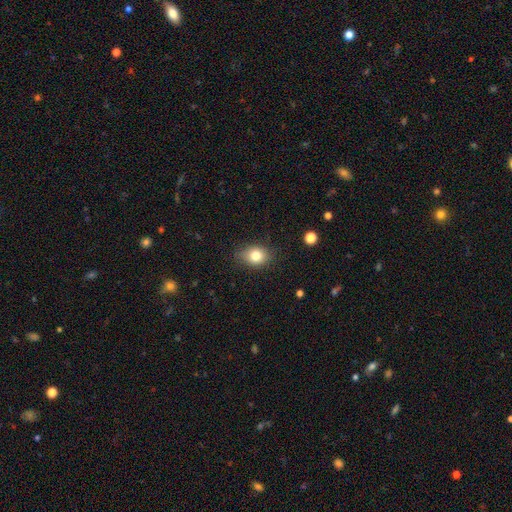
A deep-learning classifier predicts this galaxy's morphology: type=smooth (80%); roundness=in between (59%); merging=none (80%).